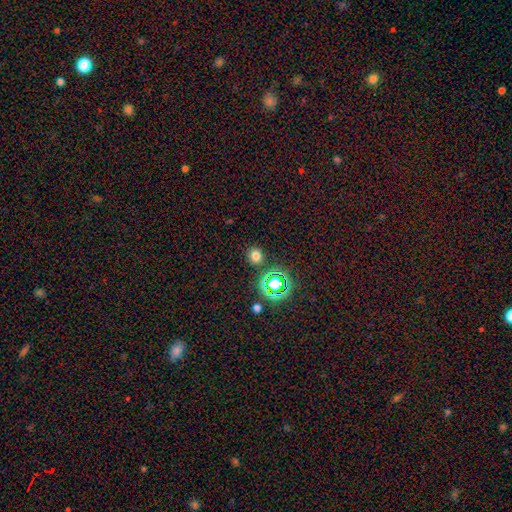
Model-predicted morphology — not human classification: smooth-or-featured: smooth: 71% | star or artifact: 23% | featured or disk: 6%
  how-rounded: round: 87% | in between: 12% | cigar-shaped: 1%
  merging: none: 88% | minor disturbance: 7% | merger: 3% | major disturbance: 3%